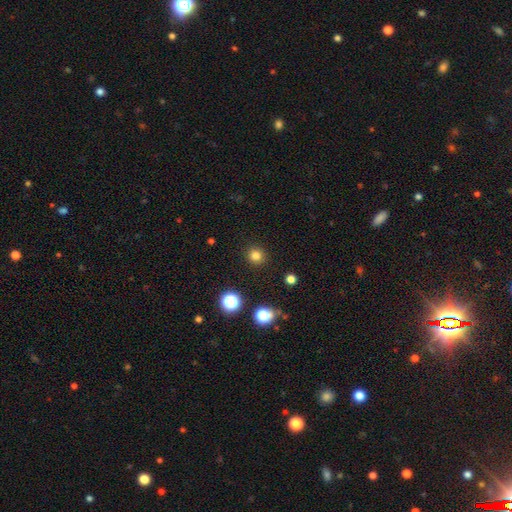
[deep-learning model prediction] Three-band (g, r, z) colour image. It shows a smooth galaxy with no disk features (80%) that is round (92%). Merging: none (91%).